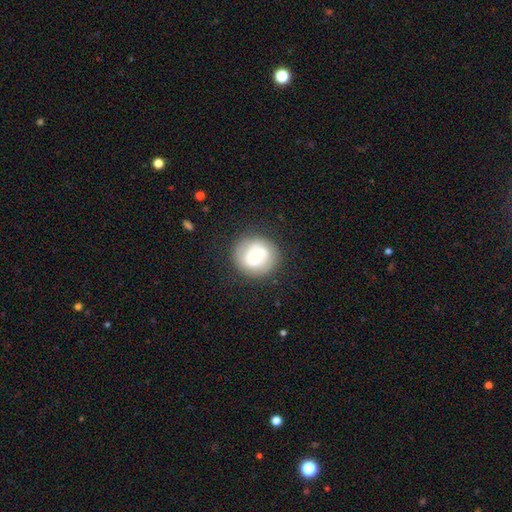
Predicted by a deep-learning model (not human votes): smooth_or_featured: featured or disk (p=0.51) [alt: smooth p=0.41]
disk_edge_on: no (p=0.97) [alt: yes p=0.03]
merging: none (p=0.82) [alt: minor disturbance p=0.12]